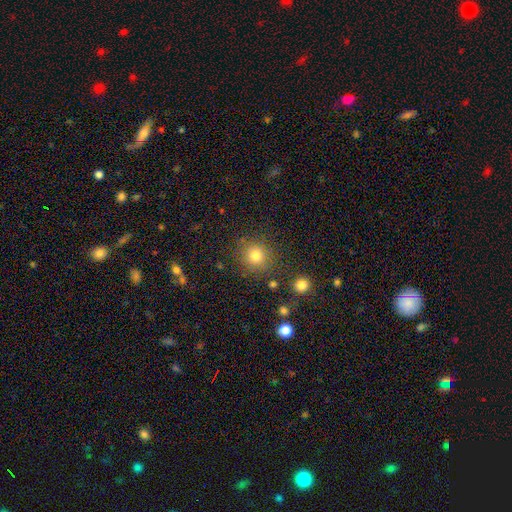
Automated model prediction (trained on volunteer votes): A smooth galaxy with no disk features (80%) that is round (91%). Merging: none (84%).